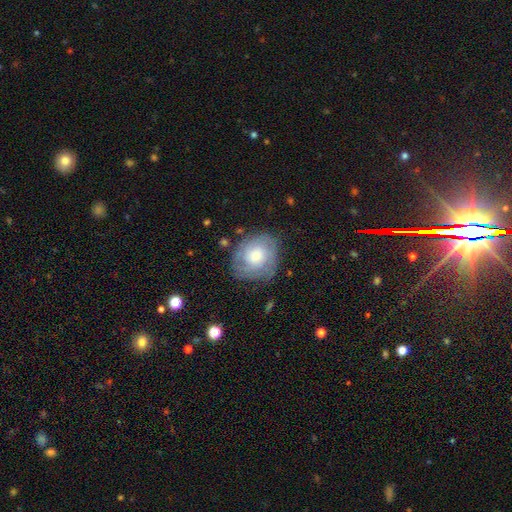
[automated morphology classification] Q: Smooth or featured?
A: featured or disk (60%); runner-up: smooth (32%)
Q: Edge-on disk?
A: no (97%); runner-up: yes (3%)
Q: Bar?
A: no (81%); runner-up: weak (16%)
Q: Spiral arms?
A: yes (81%); runner-up: no (19%)
Q: Bulge size?
A: moderate (47%); runner-up: small (41%)
Q: Merging?
A: none (71%); runner-up: minor disturbance (20%)